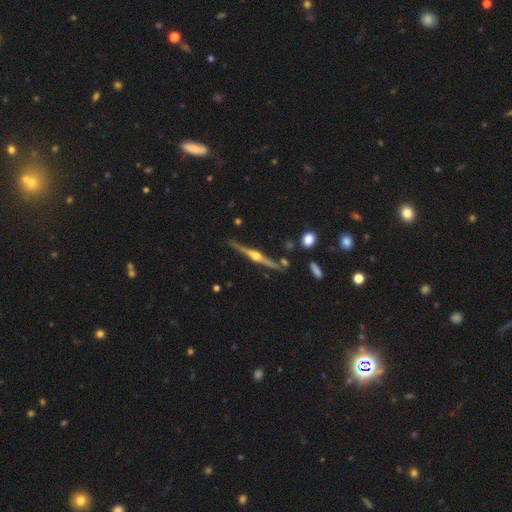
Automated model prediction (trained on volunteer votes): Smooth or featured: featured or disk — 86% (smooth — 9%)
Edge-on disk: yes — 98% (no — 2%)
Edge-on bulge: rounded — 95% (boxy — 3%)
Merging: none — 85% (minor disturbance — 10%)